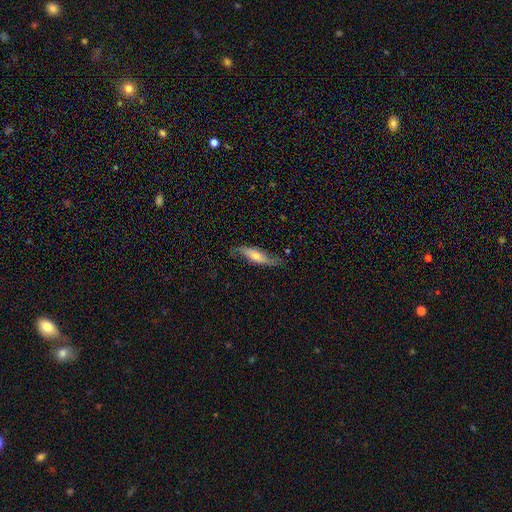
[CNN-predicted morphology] smooth_or_featured: featured or disk (p=0.56) [alt: smooth p=0.37]
disk_edge_on: no (p=0.54) [alt: yes p=0.46]
merging: none (p=0.69) [alt: minor disturbance p=0.23]